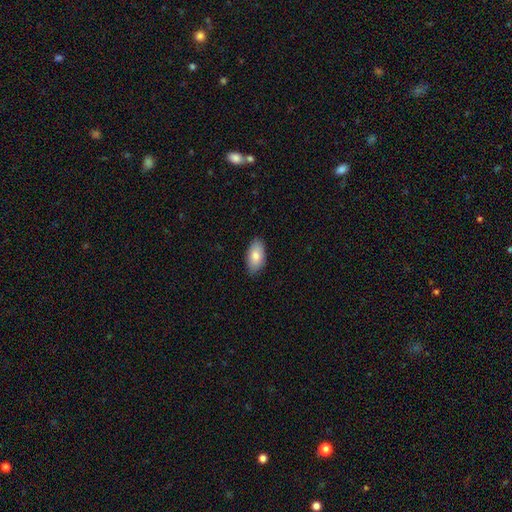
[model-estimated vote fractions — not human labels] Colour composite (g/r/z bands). It shows a smooth galaxy with no disk features (82%) that is in between round and cigar-shaped (94%). Merging: none (86%).